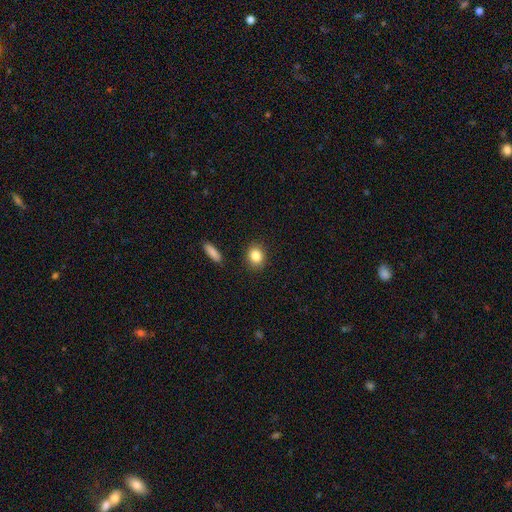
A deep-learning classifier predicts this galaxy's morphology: Smooth or featured: smooth — 86% (star or artifact — 9%)
How rounded: round — 63% (in between — 35%)
Merging: none — 88% (minor disturbance — 8%)